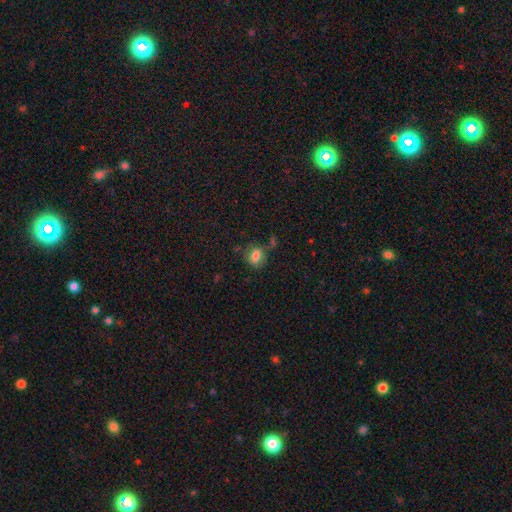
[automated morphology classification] A smooth galaxy with no disk features (77%) that is round (49%, tied with in between). Merging: none (63%).